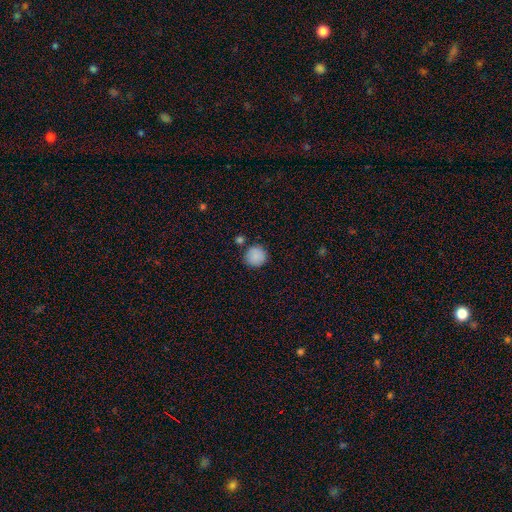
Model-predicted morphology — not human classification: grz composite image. It shows a smooth galaxy with no disk features (87%) that is round (94%). Merging: none (81%).